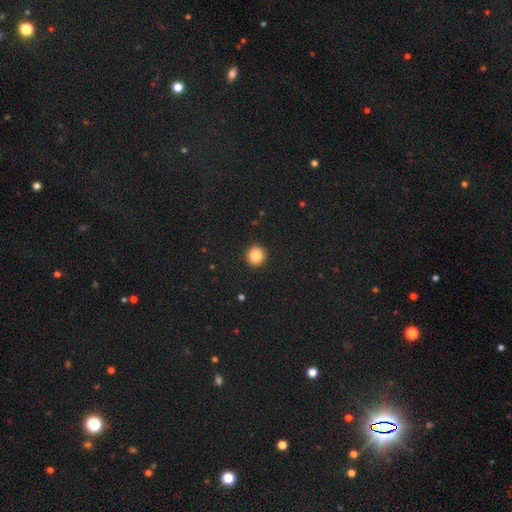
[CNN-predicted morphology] This is clearly a smooth galaxy (85%). How rounded: clearly round (95%). Merging: clearly none (94%).